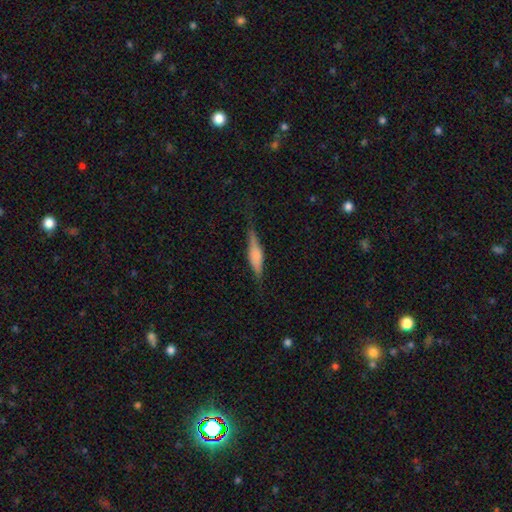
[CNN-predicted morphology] featured or disk 48%, smooth 44%, star or artifact 8%. Down the decision tree: merging — none (75%).